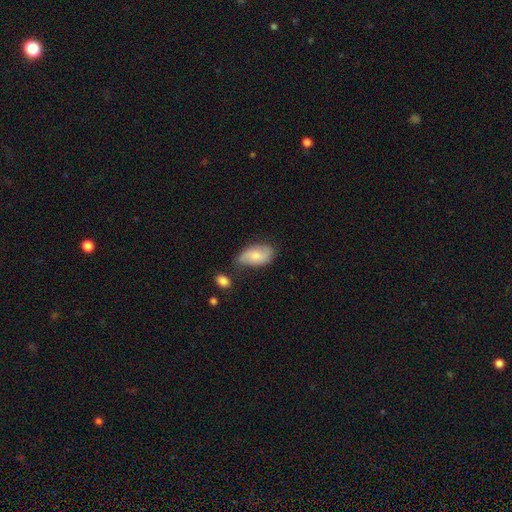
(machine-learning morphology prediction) The model was most divided on "smooth or featured": smooth: 61%, featured or disk: 32%, star or artifact: 7%. More confident: how rounded — in between (93%); merging — none (58%).